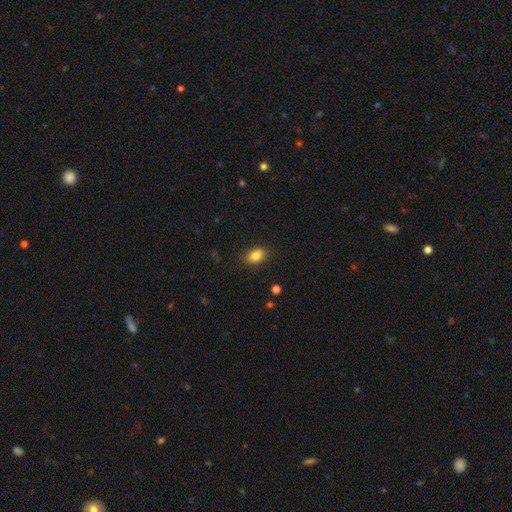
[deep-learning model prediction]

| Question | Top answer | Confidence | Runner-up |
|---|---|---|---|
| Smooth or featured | smooth | 82% | star or artifact (9%) |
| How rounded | in between | 81% | round (16%) |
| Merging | none | 86% | minor disturbance (11%) |